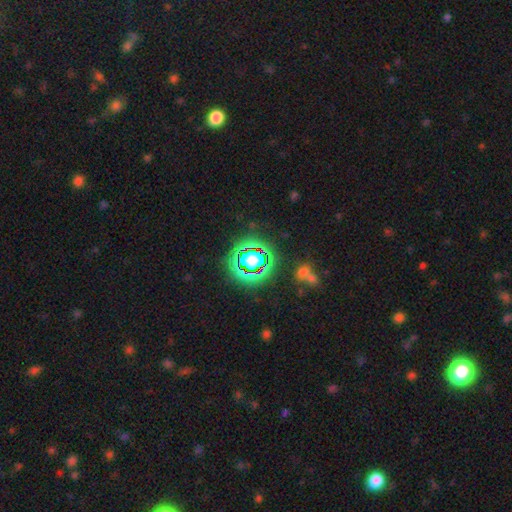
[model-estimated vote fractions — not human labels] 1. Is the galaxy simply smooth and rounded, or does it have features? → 66% star or artifact, 22% smooth, 12% featured or disk.